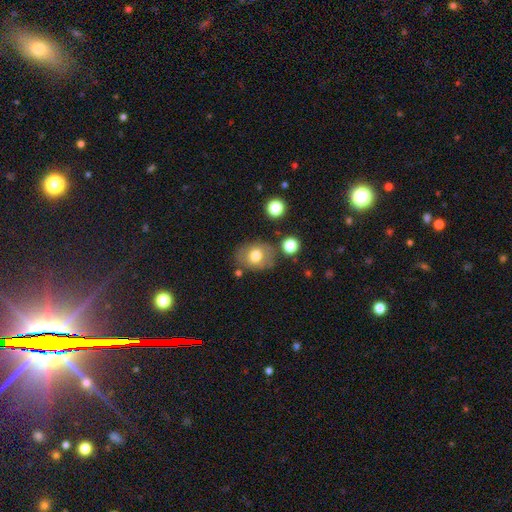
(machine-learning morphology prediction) This appears to be a smooth galaxy with no disk features (71%) that is in between round and cigar-shaped (50%). Merging: none (71%).